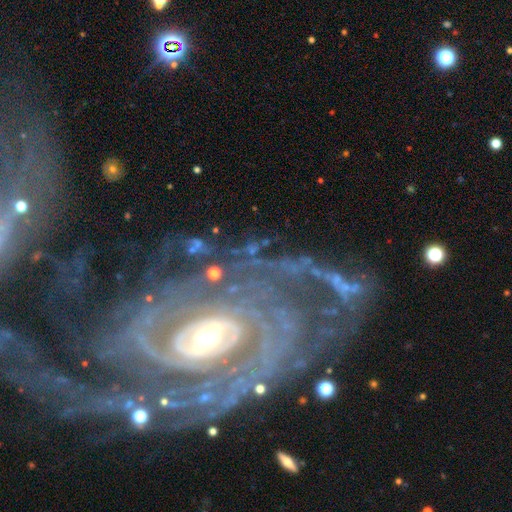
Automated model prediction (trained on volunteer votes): smooth-or-featured: featured or disk: 91% | star or artifact: 5% | smooth: 4%
  disk-edge-on: no: 97% | yes: 3%
    bar: no: 42% | weak: 34% | strong: 24%
    has-spiral-arms: yes: 97% | no: 3%
      spiral-winding: tight: 69% | medium: 25% | loose: 6%
      spiral-arm-count: can't tell: 25% | 2: 21% | 3: 19% | 4: 14% | more than 4: 13% | 1: 9%
    bulge-size: moderate: 54% | small: 36% | large: 7% | none: 2% | dominant: 1%
  merging: none: 50% | major disturbance: 19% | minor disturbance: 18% | merger: 12%